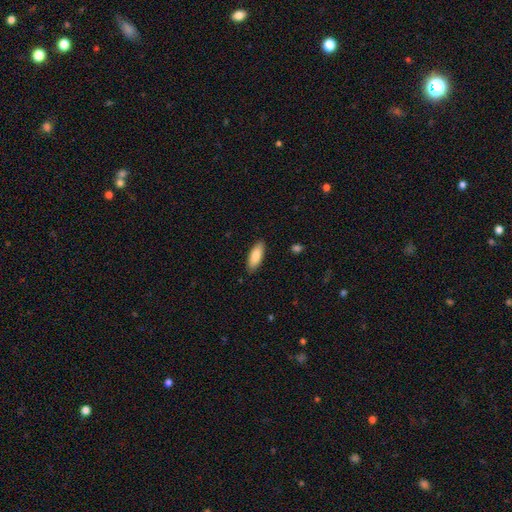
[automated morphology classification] The model was most divided on "how rounded": in between: 70%, cigar-shaped: 29%, round: 2%. More confident: smooth or featured — smooth (87%); merging — none (87%).